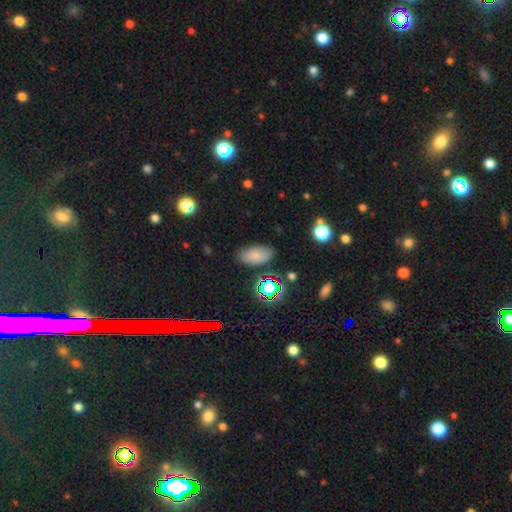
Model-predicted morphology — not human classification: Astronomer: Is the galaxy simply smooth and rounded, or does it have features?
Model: smooth — 75%.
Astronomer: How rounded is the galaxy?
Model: in between — 92%.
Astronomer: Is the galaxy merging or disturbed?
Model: none — 81%.